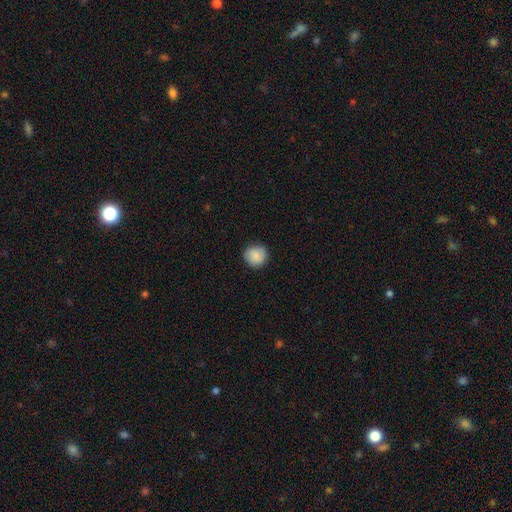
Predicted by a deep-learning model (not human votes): Smooth or featured? smooth (85%)
How rounded? round (90%)
Merging? none (86%)